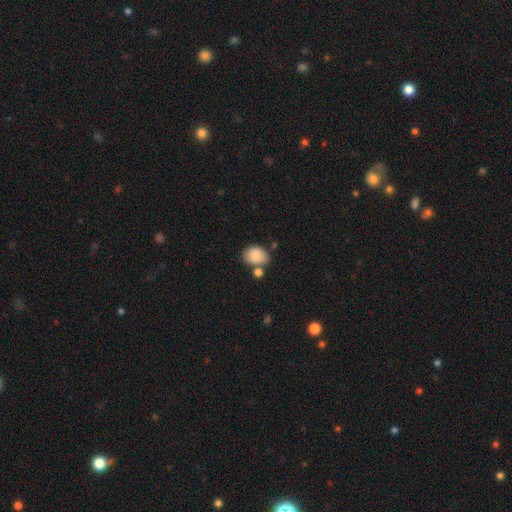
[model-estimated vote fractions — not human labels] A smooth galaxy with no disk features (86%) that is in between round and cigar-shaped (72%).

Vote fractions:
- Smooth or featured? smooth: 86% / star or artifact: 7% / featured or disk: 6%
- How rounded? in between: 72% / round: 27% / cigar-shaped: 1%
- Merging? none: 63% / merger: 17% / minor disturbance: 15% / major disturbance: 4%